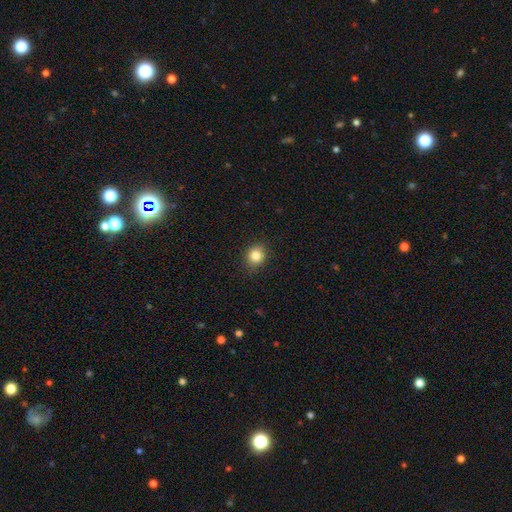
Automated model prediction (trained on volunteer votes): Q: Smooth or featured?
A: smooth (84%); runner-up: star or artifact (11%)
Q: How rounded?
A: round (73%); runner-up: in between (26%)
Q: Merging?
A: none (88%); runner-up: minor disturbance (9%)